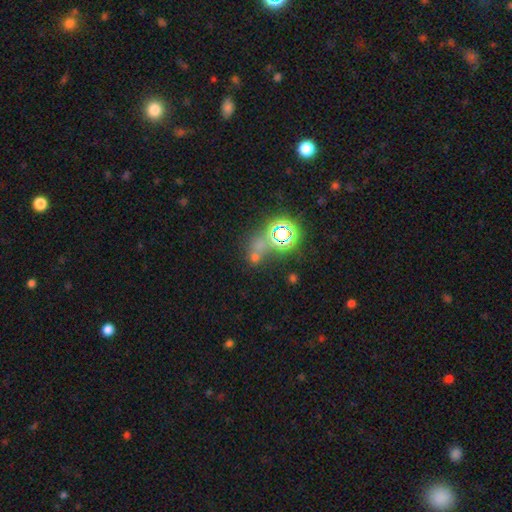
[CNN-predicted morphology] smooth_or_featured: star or artifact (p=0.51) [alt: smooth p=0.38]